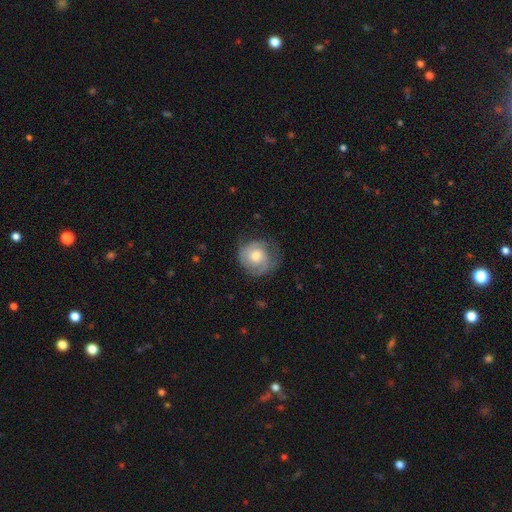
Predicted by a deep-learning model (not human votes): Smooth or featured?
  - featured or disk: 49% *
  - smooth: 43%
  - star or artifact: 7%
Merging?
  - none: 63% *
  - minor disturbance: 24%
  - major disturbance: 12%
  - merger: 1%